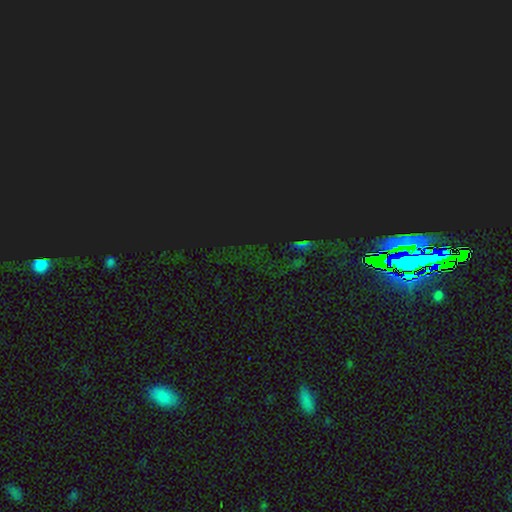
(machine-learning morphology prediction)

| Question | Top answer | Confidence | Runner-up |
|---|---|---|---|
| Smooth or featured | star or artifact | 82% | smooth (10%) |